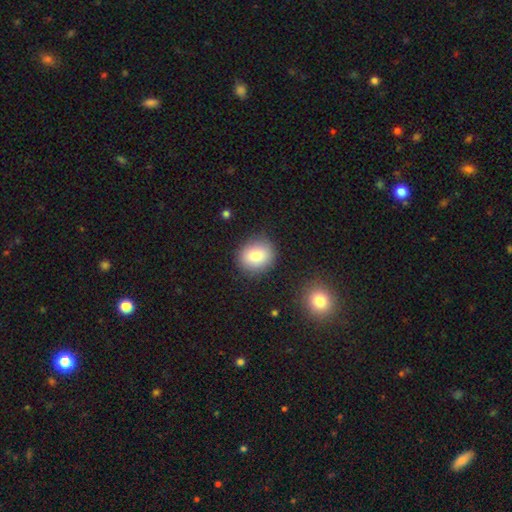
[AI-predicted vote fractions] This is clearly a smooth galaxy (83%). How rounded: likely round (73%). Merging: clearly none (86%).